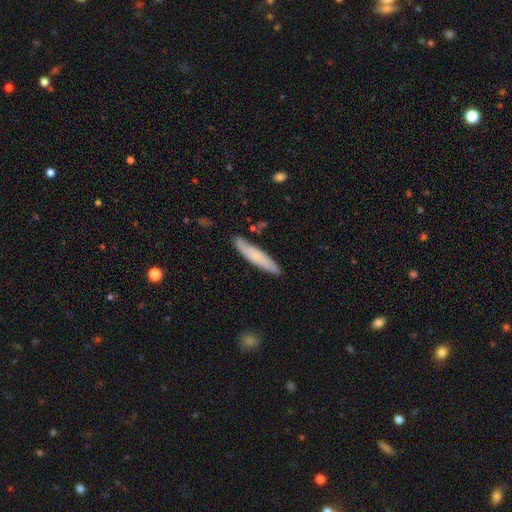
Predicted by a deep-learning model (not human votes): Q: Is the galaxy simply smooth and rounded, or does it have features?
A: smooth — 62%.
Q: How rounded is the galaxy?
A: cigar-shaped — 83%.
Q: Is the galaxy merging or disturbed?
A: none — 83%.